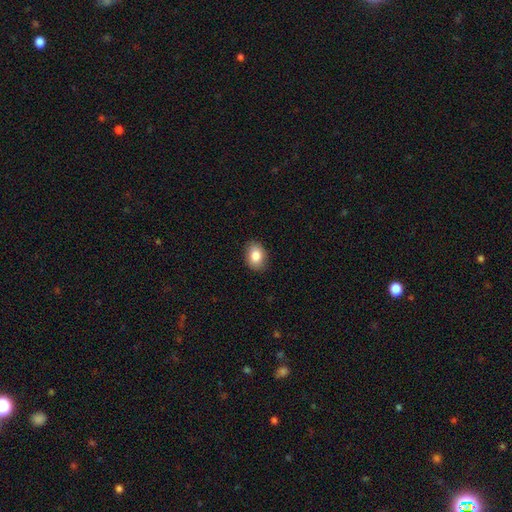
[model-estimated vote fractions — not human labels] A smooth galaxy with no disk features (84%) that is in between round and cigar-shaped (71%). Merging: none (87%).